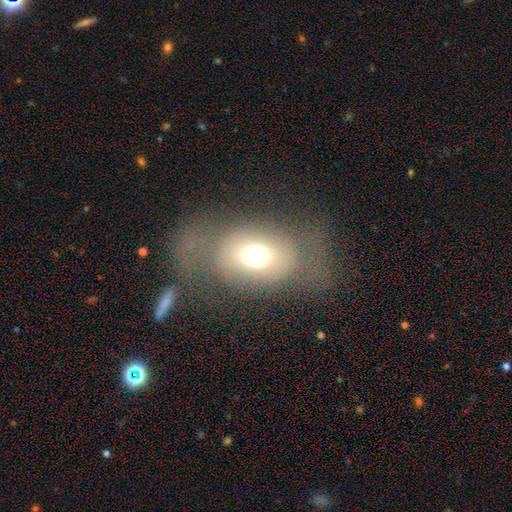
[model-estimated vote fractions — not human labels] A smooth galaxy with no disk features (63%) that is in between round and cigar-shaped (68%). Merging: none (50%).